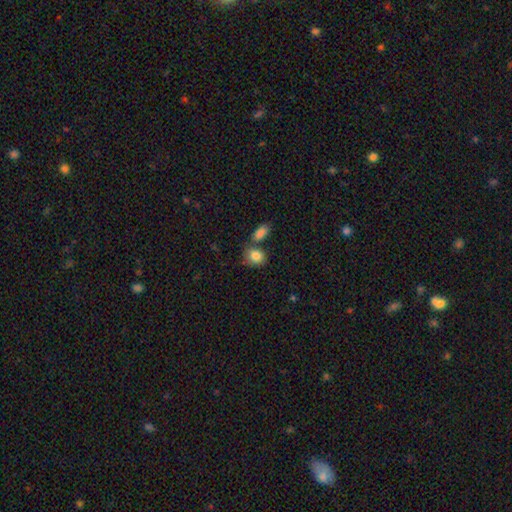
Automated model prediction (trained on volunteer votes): Overall: smooth (84%). How rounded: in between (56%; round 43%). Merging: none (56%; merger 25%).